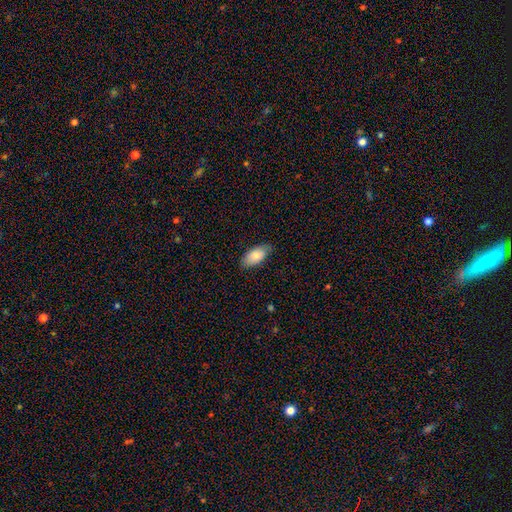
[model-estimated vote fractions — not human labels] Smooth or featured? Predicted: smooth (p=0.82). How rounded? Predicted: in between (p=0.93). Merging? Predicted: none (p=0.79).